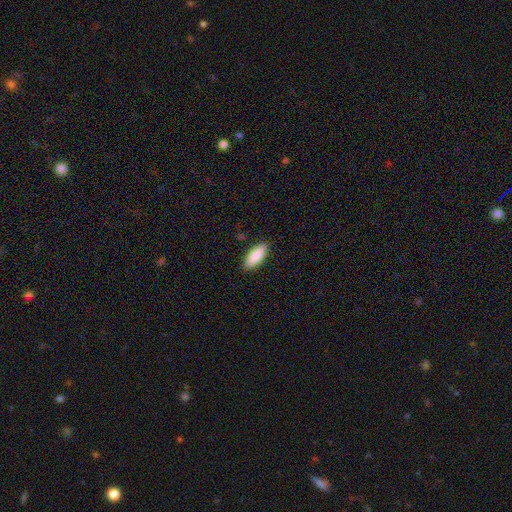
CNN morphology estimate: Smooth or featured? smooth (88%)
How rounded? in between (74%)
Merging? none (89%)